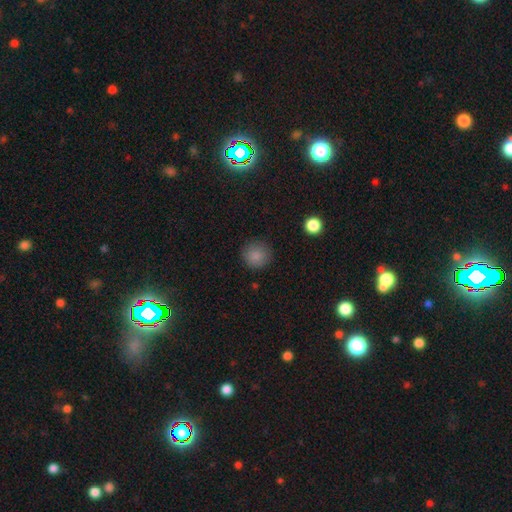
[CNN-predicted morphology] smooth_or_featured: smooth (p=0.86) [alt: star or artifact p=0.10]
how_rounded: round (p=0.94) [alt: in between p=0.05]
merging: none (p=0.88) [alt: minor disturbance p=0.09]